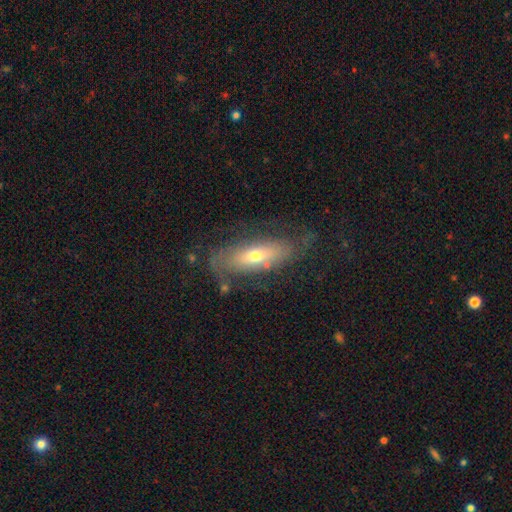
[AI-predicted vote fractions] featured or disk 50%, smooth 42%, star or artifact 8%. Down the decision tree: edge-on disk — no (66%); merging — none (62%).